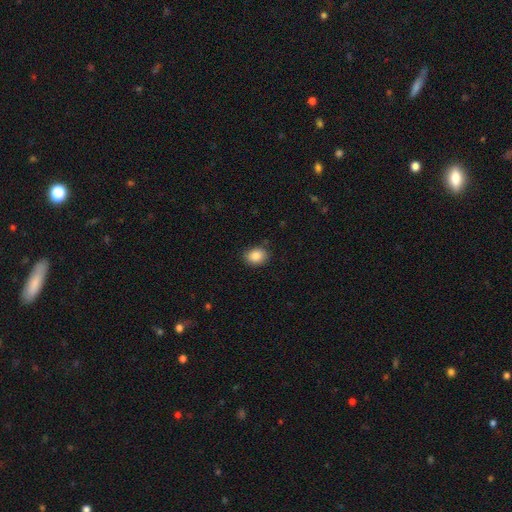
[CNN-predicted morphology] This is clearly a smooth galaxy (87%). How rounded: possibly in between (58%). Merging: clearly none (84%).